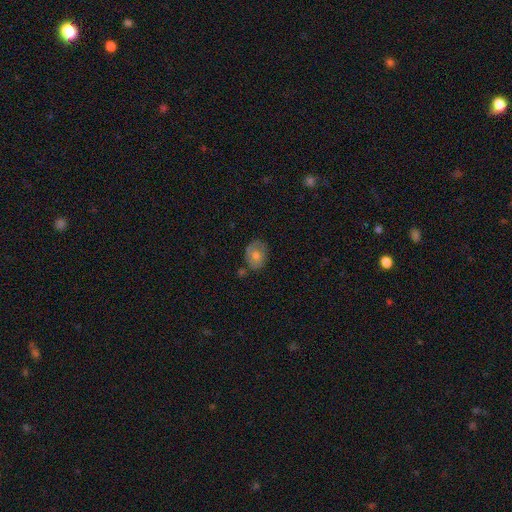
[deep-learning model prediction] Q: Smooth or featured?
A: smooth (62%); runner-up: featured or disk (29%)
Q: How rounded?
A: in between (58%); runner-up: round (41%)
Q: Merging?
A: none (67%); runner-up: minor disturbance (22%)